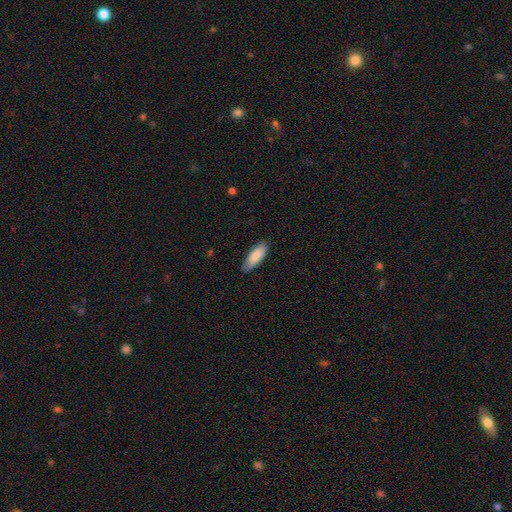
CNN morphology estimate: Overall: smooth (84%). How rounded: in between (62%; cigar-shaped 37%). Merging: none (79%).